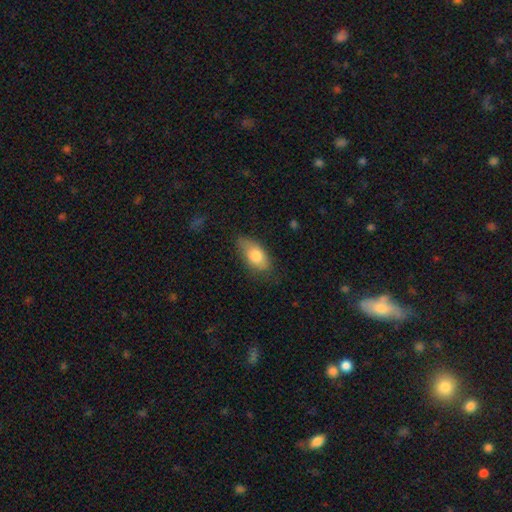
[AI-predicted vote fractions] smooth_or_featured: smooth (p=0.77) [alt: featured or disk p=0.17]
how_rounded: in between (p=0.89) [alt: cigar-shaped p=0.06]
merging: none (p=0.67) [alt: minor disturbance p=0.25]